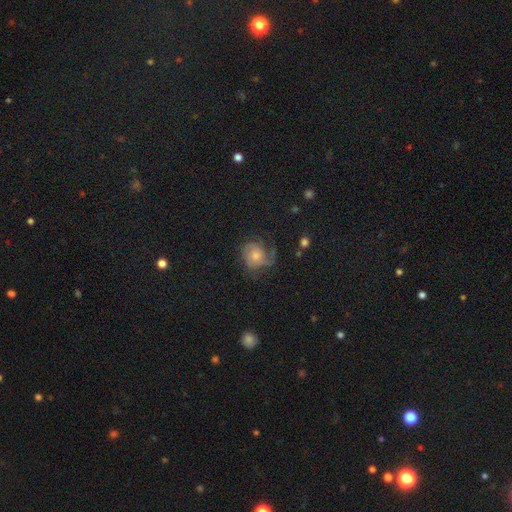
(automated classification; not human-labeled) The model was most divided on "bulge size": moderate: 49%, small: 34%, large: 10%, none: 5%, dominant: 2%. Remaining: edge-on disk — no (97%); spiral arms — yes (84%); bar — no (80%); smooth or featured — featured or disk (54%); merging — none (46%).